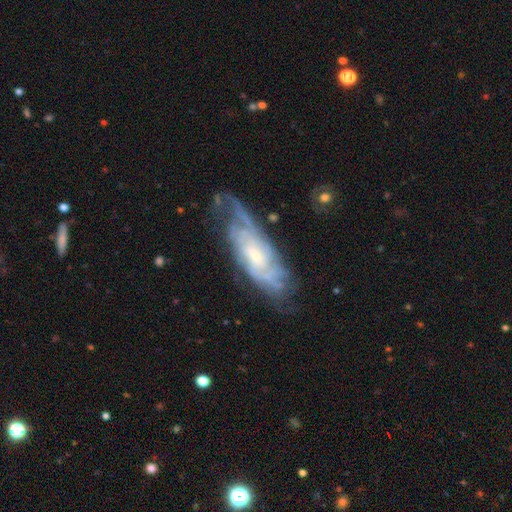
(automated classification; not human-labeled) smooth-or-featured: featured or disk: 80% | smooth: 13% | star or artifact: 6%
  disk-edge-on: no: 86% | yes: 14%
    bar: no: 61% | weak: 32% | strong: 6%
    has-spiral-arms: yes: 91% | no: 9%
      spiral-winding: tight: 60% | medium: 31% | loose: 10%
      spiral-arm-count: can't tell: 55% | 2: 15% | 3: 11% | 4: 9% | more than 4: 5% | 1: 5%
    bulge-size: small: 57% | moderate: 35% | none: 4% | large: 3% | dominant: 1%
  merging: none: 58% | minor disturbance: 25% | major disturbance: 15% | merger: 3%